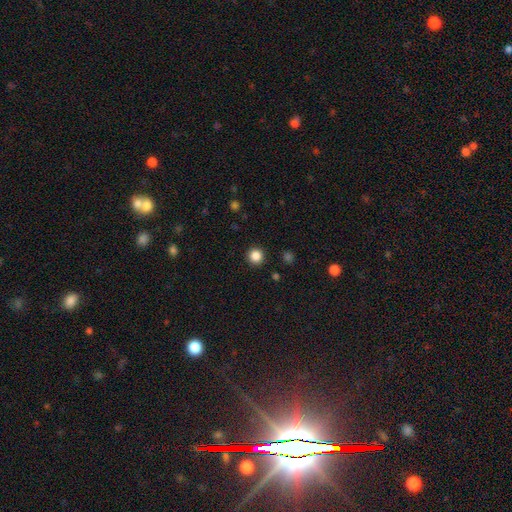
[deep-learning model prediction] Smooth or featured? smooth (85%)
How rounded? round (95%)
Merging? none (92%)